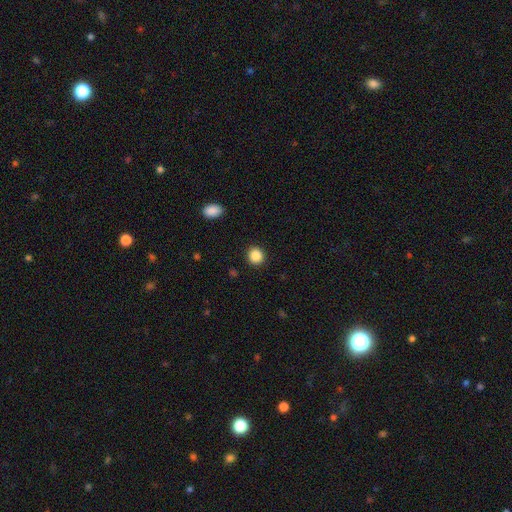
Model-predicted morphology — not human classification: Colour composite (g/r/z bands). It shows a smooth galaxy with no disk features (87%) that is round (90%). Merging: none (92%).